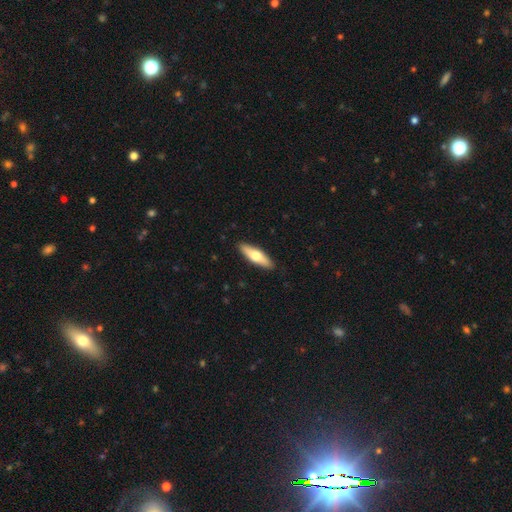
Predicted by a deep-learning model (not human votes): This appears to be a smooth galaxy with no disk features (57%) that is cigar-shaped (57%). Merging: none (90%).